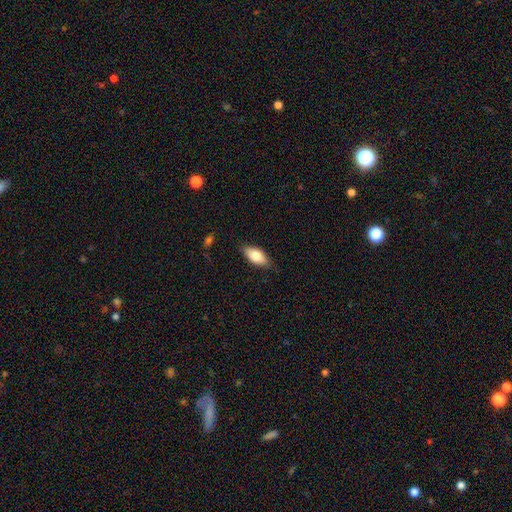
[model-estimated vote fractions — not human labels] This is likely a smooth galaxy (80%). How rounded: clearly in between (89%). Merging: clearly none (82%).